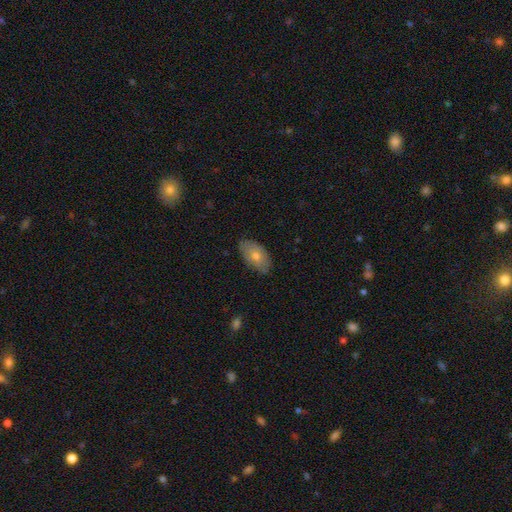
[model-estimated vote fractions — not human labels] smooth 61%, featured or disk 32%, star or artifact 8%. Down the decision tree: how rounded — in between (93%); merging — none (81%).